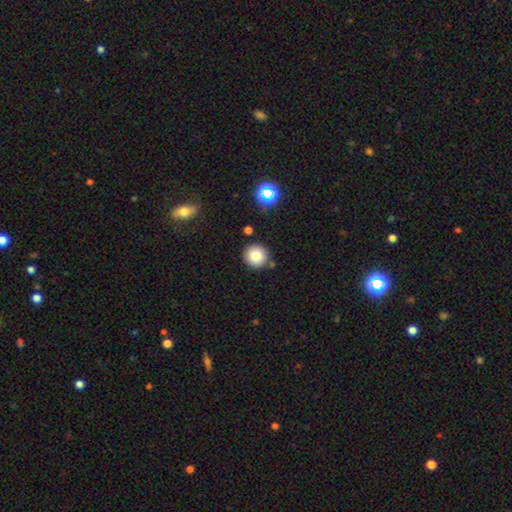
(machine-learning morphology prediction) type=smooth (79%); roundness=round (94%); merging=none (85%).